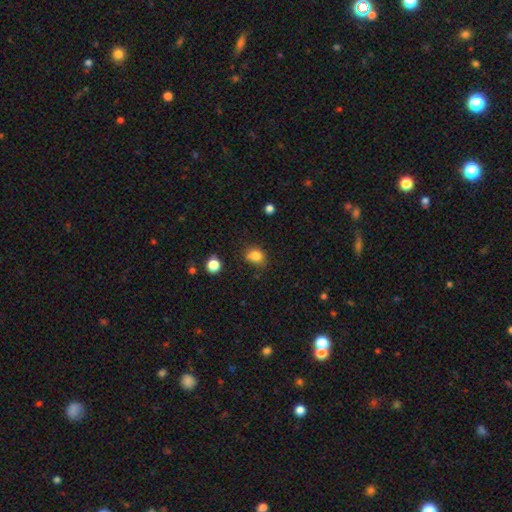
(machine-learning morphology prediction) smooth_or_featured: smooth (p=0.81) [alt: star or artifact p=0.12]
how_rounded: round (p=0.54) [alt: in between p=0.45]
merging: none (p=0.59) [alt: minor disturbance p=0.26]